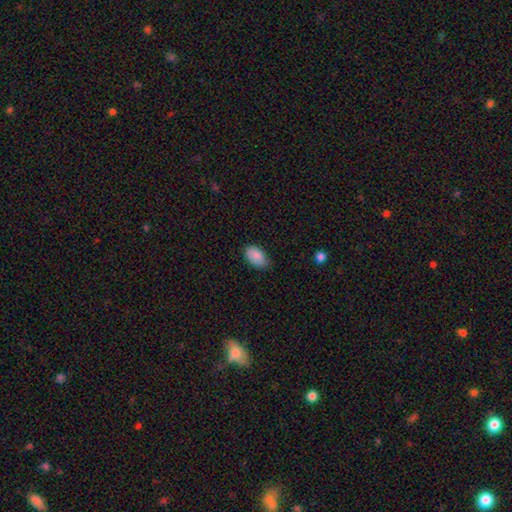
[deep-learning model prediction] A smooth galaxy with no disk features (88%) that is in between round and cigar-shaped (93%).

Vote fractions:
- Smooth or featured? smooth: 88% / star or artifact: 7% / featured or disk: 5%
- How rounded? in between: 93% / round: 6% / cigar-shaped: 1%
- Merging? none: 71% / minor disturbance: 24% / major disturbance: 4% / merger: 1%